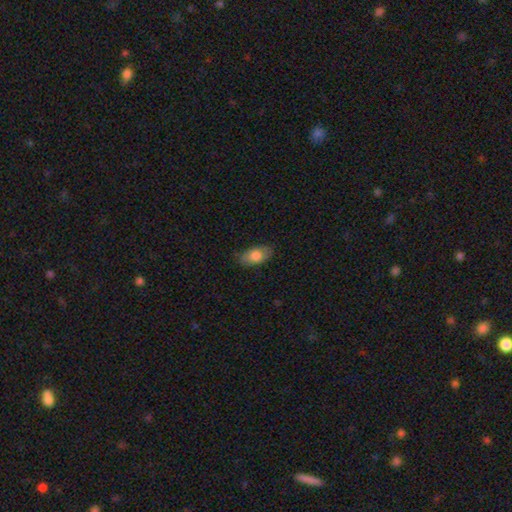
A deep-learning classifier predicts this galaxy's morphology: type=smooth (79%); roundness=in between (91%); merging=none (81%).